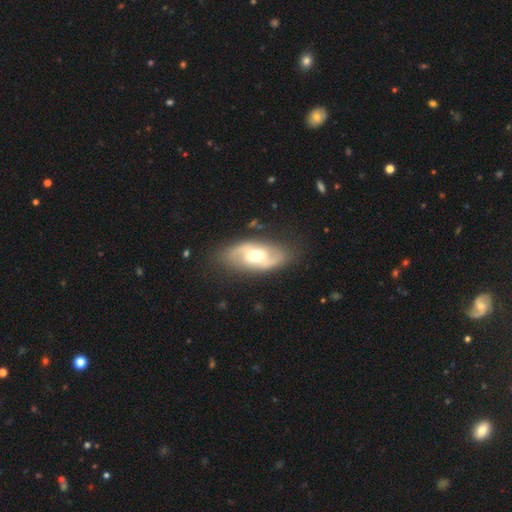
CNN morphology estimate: Q: Smooth or featured?
A: featured or disk (75%); runner-up: smooth (20%)
Q: Edge-on disk?
A: no (93%); runner-up: yes (7%)
Q: Bar?
A: weak (43%); runner-up: no (41%)
Q: Spiral arms?
A: yes (86%); runner-up: no (14%)
Q: Spiral winding?
A: medium (45%); runner-up: loose (33%)
Q: Spiral arm count?
A: 2 (89%); runner-up: can't tell (6%)
Q: Bulge size?
A: moderate (68%); runner-up: large (19%)
Q: Merging?
A: none (82%); runner-up: minor disturbance (13%)